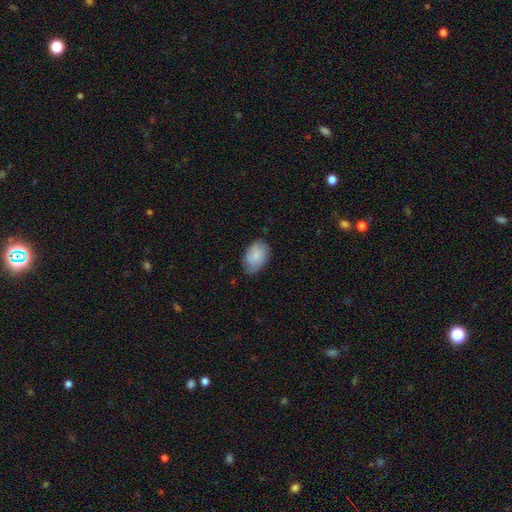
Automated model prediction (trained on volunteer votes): Smooth or featured: smooth — 74% (featured or disk — 20%)
How rounded: in between — 86% (round — 13%)
Merging: none — 66% (minor disturbance — 28%)